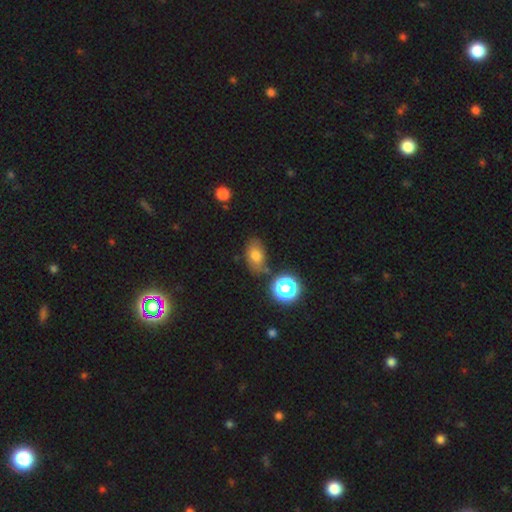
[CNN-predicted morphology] Smooth or featured: smooth — 72% (star or artifact — 15%)
How rounded: in between — 80% (round — 18%)
Merging: none — 69% (minor disturbance — 19%)